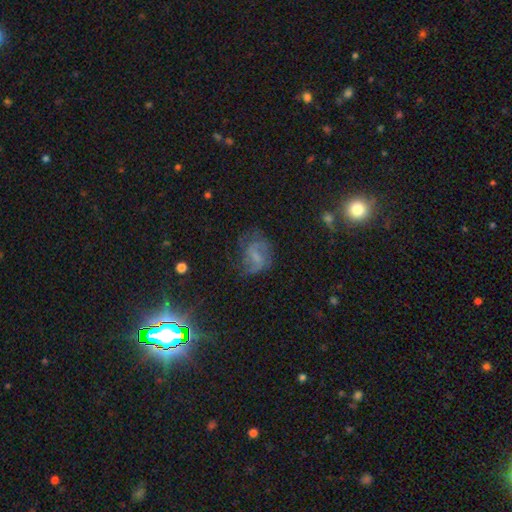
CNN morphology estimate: The model was most divided on "bar": weak: 47%, no: 37%, strong: 16%. Remaining: edge-on disk — no (97%); spiral arms — yes (79%); smooth or featured — featured or disk (57%); merging — none (54%); bulge size — none (47%).